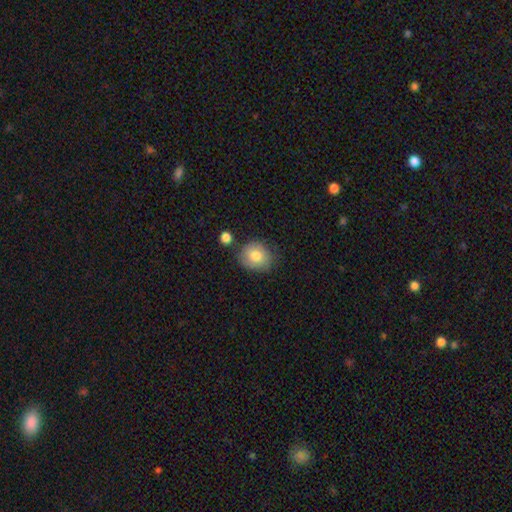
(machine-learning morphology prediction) type=smooth (80%); roundness=round (69%); merging=none (70%).